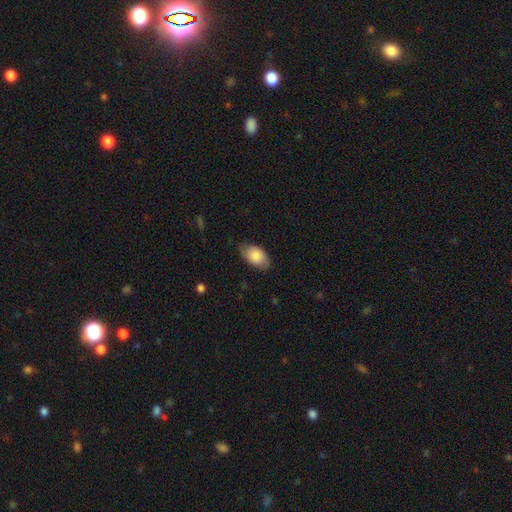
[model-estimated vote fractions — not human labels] This is clearly a smooth galaxy (83%). How rounded: clearly in between (92%). Merging: likely none (76%).